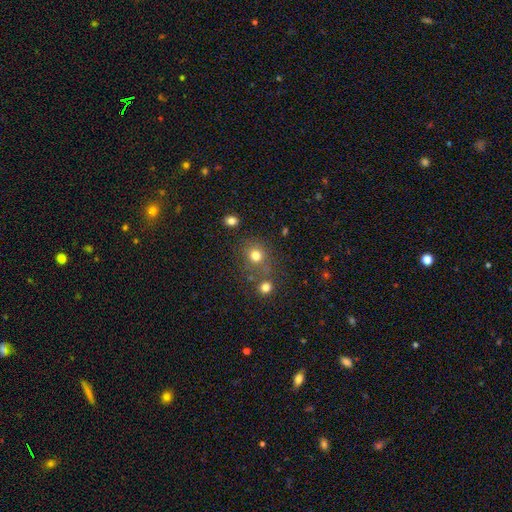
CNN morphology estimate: Q: Smooth or featured?
A: smooth (77%); runner-up: star or artifact (15%)
Q: How rounded?
A: round (84%); runner-up: in between (15%)
Q: Merging?
A: none (69%); runner-up: merger (13%)